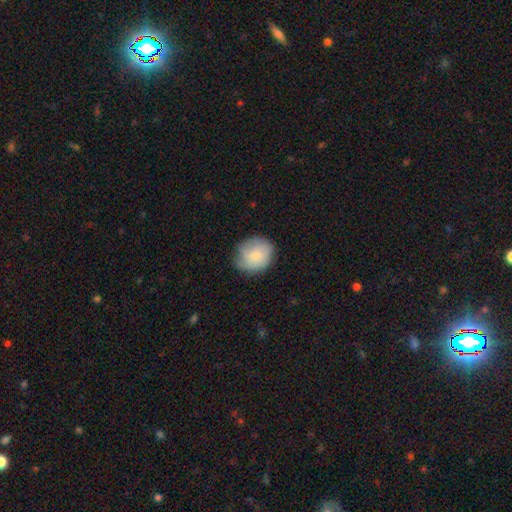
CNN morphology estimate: smooth_or_featured: smooth (p=0.73) [alt: featured or disk p=0.20]
how_rounded: round (p=0.74) [alt: in between p=0.25]
merging: none (p=0.65) [alt: minor disturbance p=0.27]